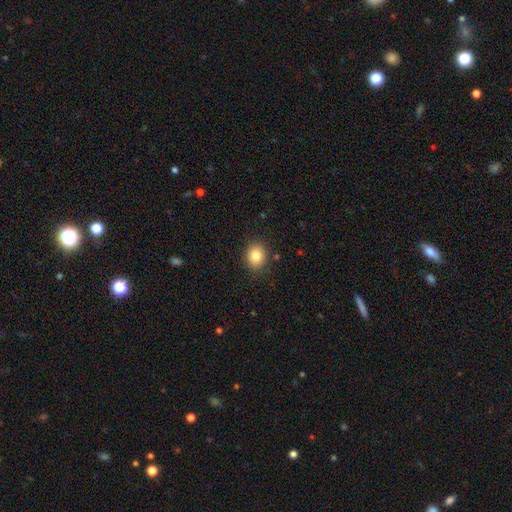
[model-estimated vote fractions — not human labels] Smooth or featured? Predicted: smooth (p=0.84). How rounded? Predicted: round (p=0.62). Merging? Predicted: none (p=0.88).